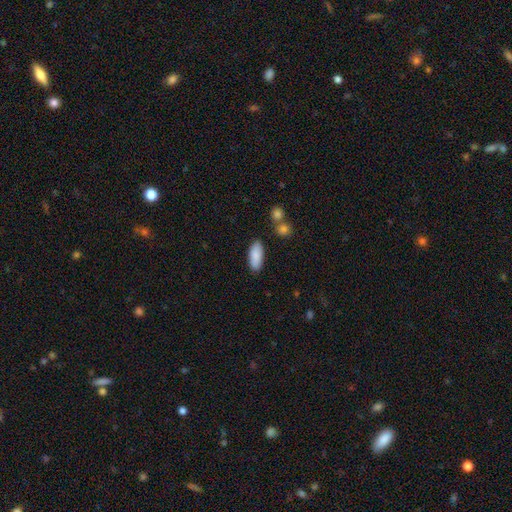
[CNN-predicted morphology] smooth_or_featured: smooth (p=0.88) [alt: star or artifact p=0.06]
how_rounded: in between (p=0.82) [alt: cigar-shaped p=0.16]
merging: none (p=0.82) [alt: minor disturbance p=0.12]